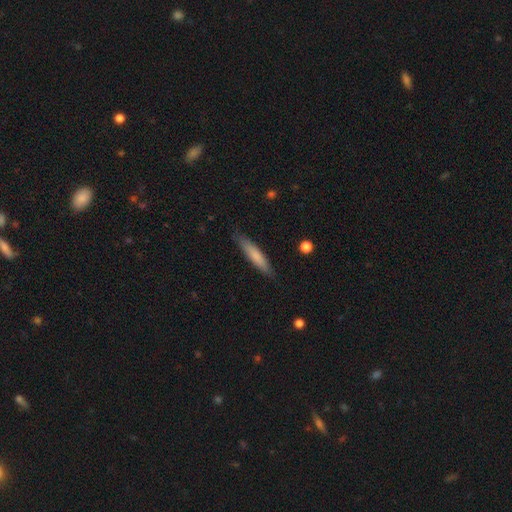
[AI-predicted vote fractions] This is likely a smooth galaxy (74%). How rounded: clearly cigar-shaped (88%). Merging: clearly none (84%).